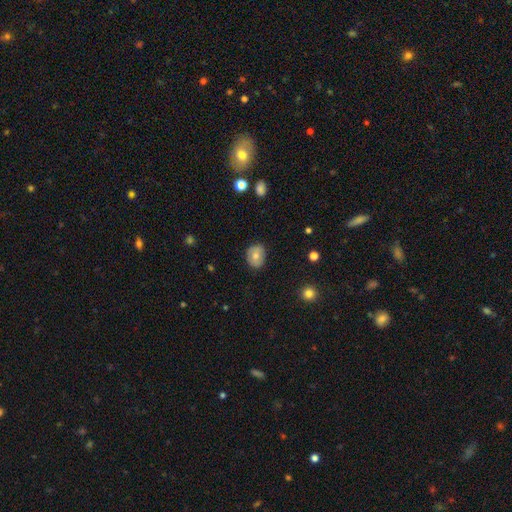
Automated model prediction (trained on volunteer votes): smooth 68%, featured or disk 23%, star or artifact 9%. Down the decision tree: how rounded — round (55%); merging — none (80%).